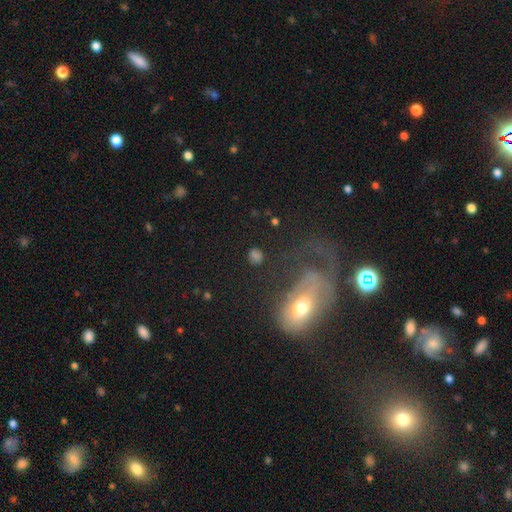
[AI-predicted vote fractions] smooth-or-featured: smooth: 60% | featured or disk: 22% | star or artifact: 18%
  how-rounded: round: 63% | in between: 34% | cigar-shaped: 3%
  merging: none: 72% | minor disturbance: 13% | major disturbance: 10% | merger: 6%